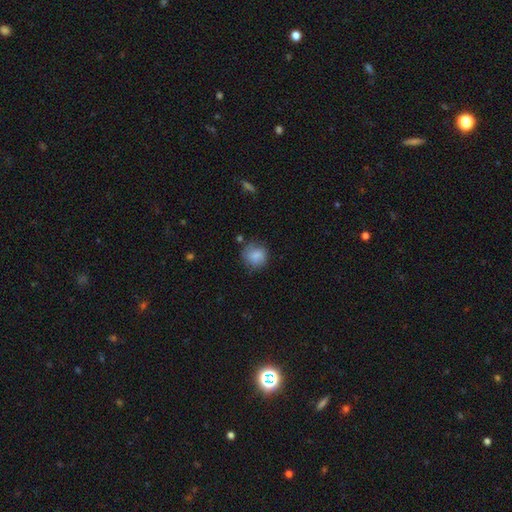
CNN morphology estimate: smooth 82%, featured or disk 10%, star or artifact 8%. Down the decision tree: how rounded — round (84%); merging — none (72%).